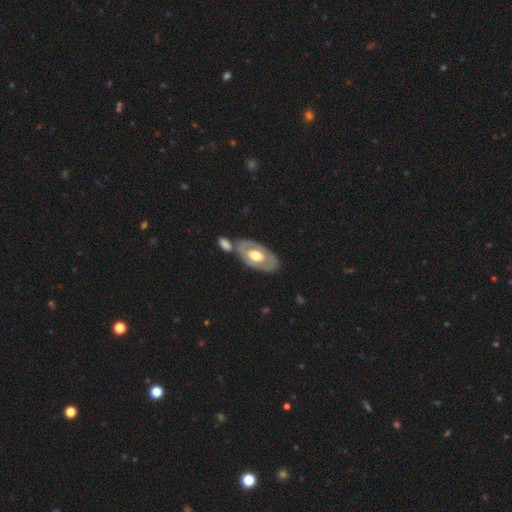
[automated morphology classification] featured or disk 61%, smooth 35%, star or artifact 5%. Down the decision tree: edge-on disk — no (89%); bar — no (78%); spiral arms — no (76%); bulge size — moderate (57%); merging — none (64%).